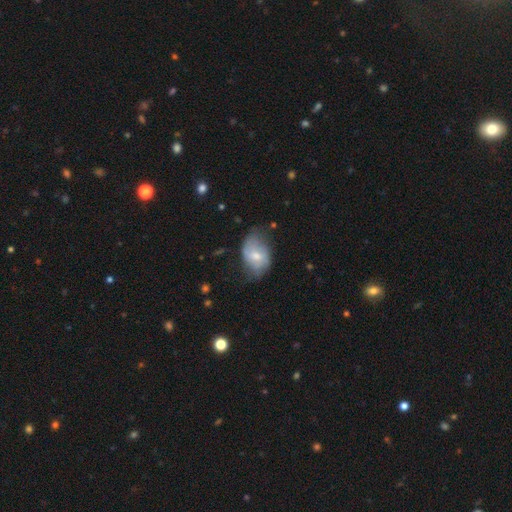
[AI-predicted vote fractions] Morphology: type=smooth (54%); roundness=in between (84%); merging=none (47%).